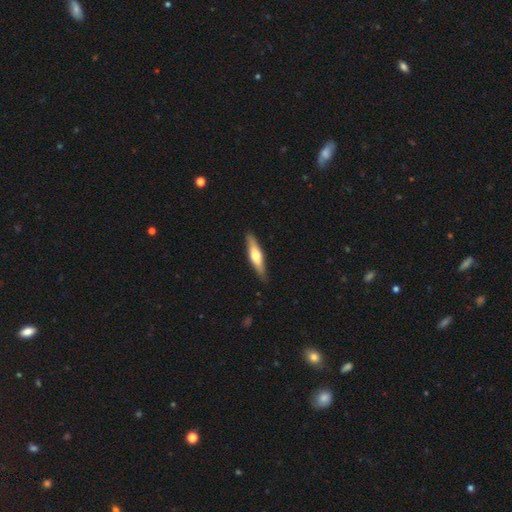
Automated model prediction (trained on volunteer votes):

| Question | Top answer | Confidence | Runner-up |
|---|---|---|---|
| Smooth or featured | smooth | 48% | featured or disk (47%) |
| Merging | none | 87% | minor disturbance (10%) |